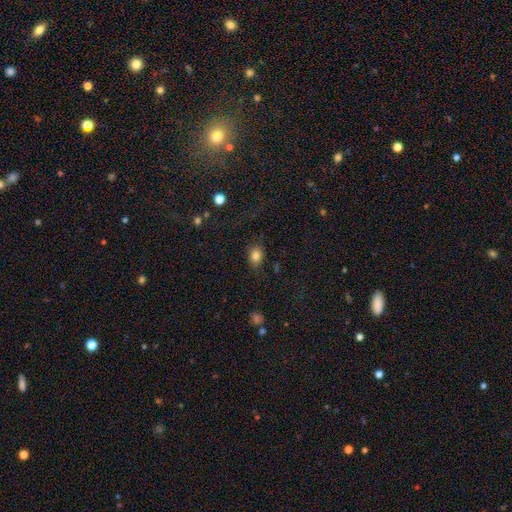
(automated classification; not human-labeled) Q: Smooth or featured?
A: smooth (82%); runner-up: star or artifact (11%)
Q: How rounded?
A: in between (70%); runner-up: round (29%)
Q: Merging?
A: none (80%); runner-up: minor disturbance (14%)